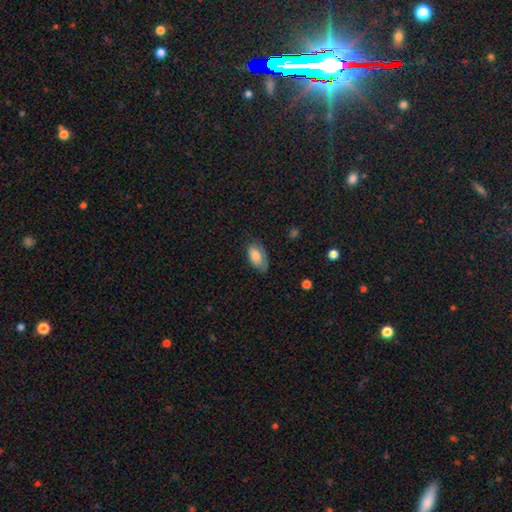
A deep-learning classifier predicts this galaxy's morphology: smooth-or-featured: smooth: 70% | featured or disk: 23% | star or artifact: 7%
  how-rounded: in between: 93% | round: 4% | cigar-shaped: 3%
  merging: none: 59% | minor disturbance: 29% | major disturbance: 11% | merger: 1%